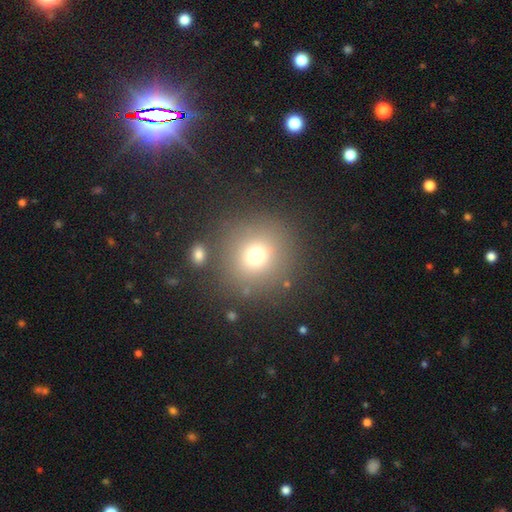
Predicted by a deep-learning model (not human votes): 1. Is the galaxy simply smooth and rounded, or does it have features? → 71% smooth, 18% star or artifact, 11% featured or disk.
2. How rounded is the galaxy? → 92% round, 7% in between, 1% cigar-shaped.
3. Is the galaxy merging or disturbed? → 81% none, 8% minor disturbance, 6% merger, 5% major disturbance.